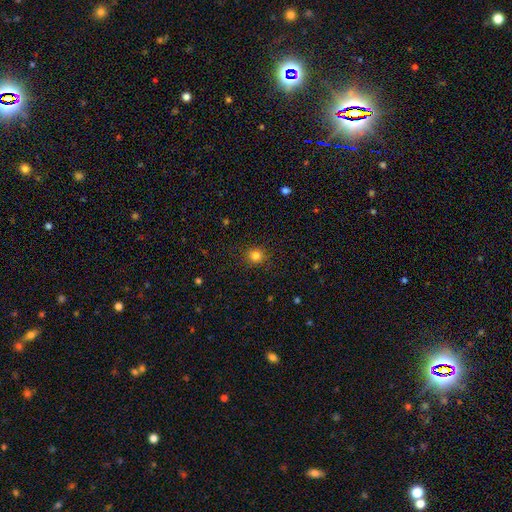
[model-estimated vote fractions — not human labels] Smooth or featured? Predicted: smooth (p=0.82). How rounded? Predicted: round (p=0.90). Merging? Predicted: none (p=0.88).